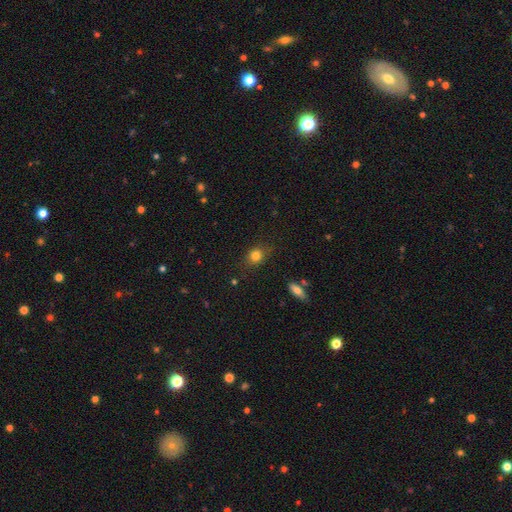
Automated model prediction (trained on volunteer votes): Smooth or featured?
  - smooth: 80% *
  - star or artifact: 12%
  - featured or disk: 8%
How rounded?
  - round: 59% *
  - in between: 39%
  - cigar-shaped: 2%
Merging?
  - none: 81% *
  - minor disturbance: 14%
  - major disturbance: 4%
  - merger: 2%